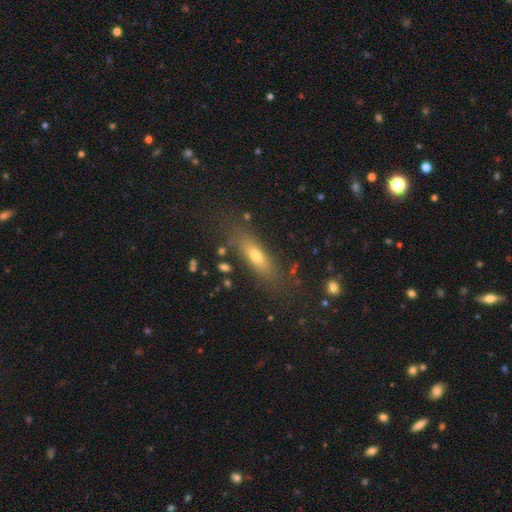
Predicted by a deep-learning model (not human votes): Morphology: type=smooth (65%); roundness=cigar-shaped (51%); merging=none (77%).